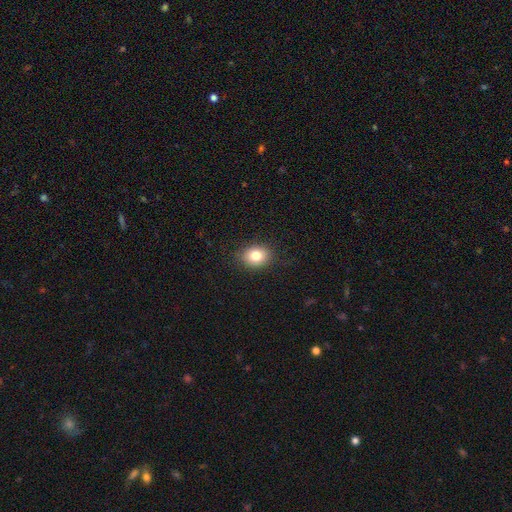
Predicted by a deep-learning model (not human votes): smooth-or-featured: smooth: 81% | star or artifact: 10% | featured or disk: 9%
  how-rounded: round: 50% | in between: 49% | cigar-shaped: 1%
  merging: none: 87% | minor disturbance: 10% | major disturbance: 3% | merger: 1%